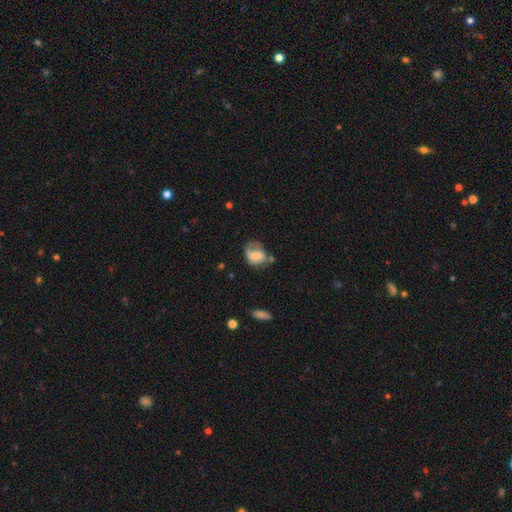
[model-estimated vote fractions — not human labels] A smooth galaxy with no disk features (49%).

Vote fractions:
- Smooth or featured? smooth: 49% / featured or disk: 42% / star or artifact: 9%
- Merging? none: 37% / minor disturbance: 29% / major disturbance: 27% / merger: 7%